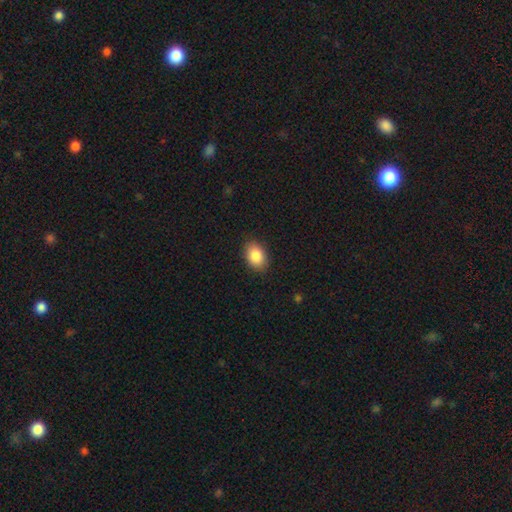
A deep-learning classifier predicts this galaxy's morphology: smooth-or-featured: smooth: 86% | star or artifact: 8% | featured or disk: 6%
  how-rounded: in between: 79% | round: 19% | cigar-shaped: 1%
  merging: none: 88% | minor disturbance: 9% | major disturbance: 2% | merger: 1%